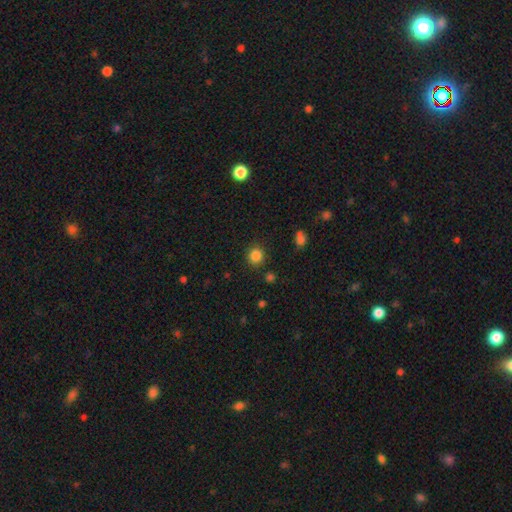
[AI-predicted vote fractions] Overall: smooth (84%). How rounded: round (88%). Merging: none (87%).